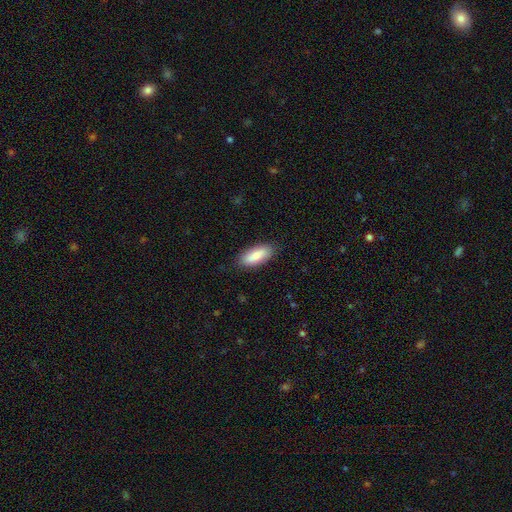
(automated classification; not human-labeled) Smooth or featured? smooth (84%)
How rounded? in between (82%)
Merging? none (86%)